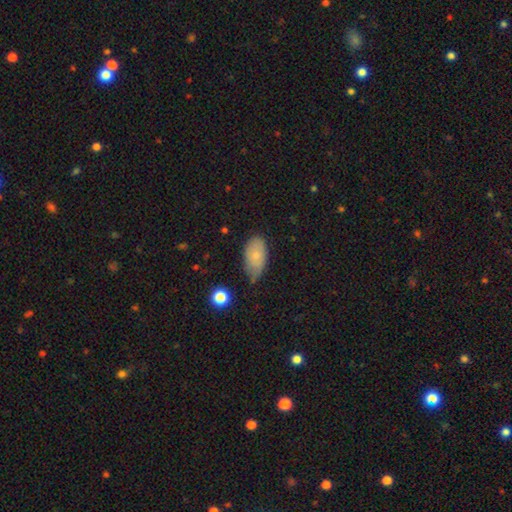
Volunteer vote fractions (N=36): smooth_or_featured: smooth (p=0.89) [alt: featured or disk p=0.11]
how_rounded: in between (p=0.97) [alt: round p=0.03]
merging: none (p=0.53) [alt: minor disturbance p=0.42]